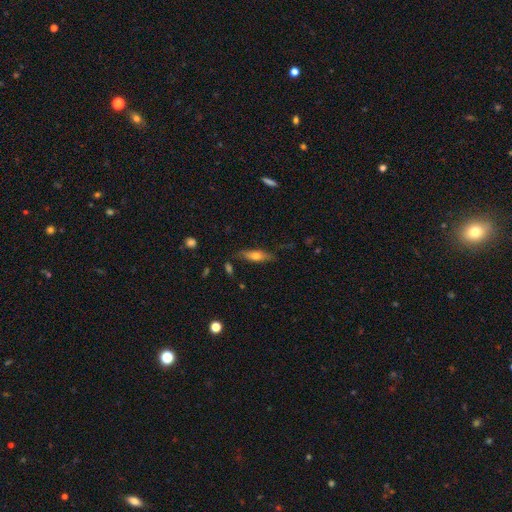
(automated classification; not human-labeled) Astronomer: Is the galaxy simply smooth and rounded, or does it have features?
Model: smooth — 55% (runner-up: featured or disk, 38%).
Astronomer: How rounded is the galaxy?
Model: cigar-shaped — 52% (runner-up: in between, 45%).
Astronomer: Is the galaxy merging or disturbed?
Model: none — 75%.